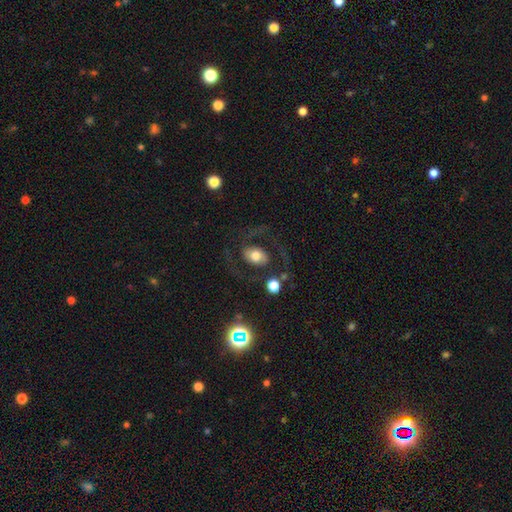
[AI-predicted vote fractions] A featured or disk galaxy (59%) with no bar (63%), spiral arms (73%) and a moderate central bulge (59%).

Vote fractions:
- Smooth or featured? featured or disk: 59% / smooth: 33% / star or artifact: 8%
- Edge-on disk? no: 95% / yes: 5%
- Bar? no: 63% / weak: 25% / strong: 12%
- Spiral arms? yes: 73% / no: 27%
- Bulge size? moderate: 59% / large: 26% / small: 9% / dominant: 5% / none: 2%
- Merging? none: 66% / major disturbance: 17% / minor disturbance: 13% / merger: 4%